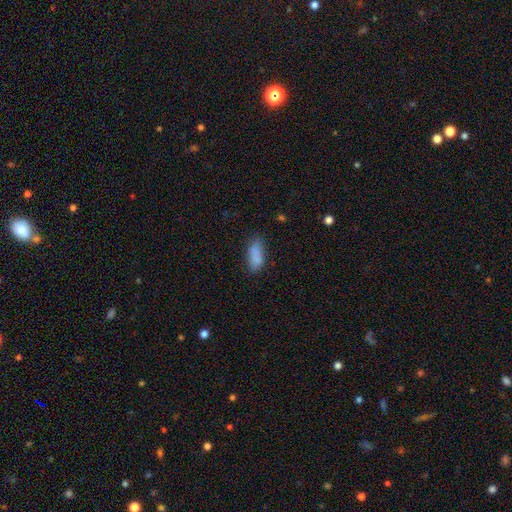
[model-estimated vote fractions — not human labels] A smooth galaxy with no disk features (83%) that is in between round and cigar-shaped (82%). Merging: none (66%).